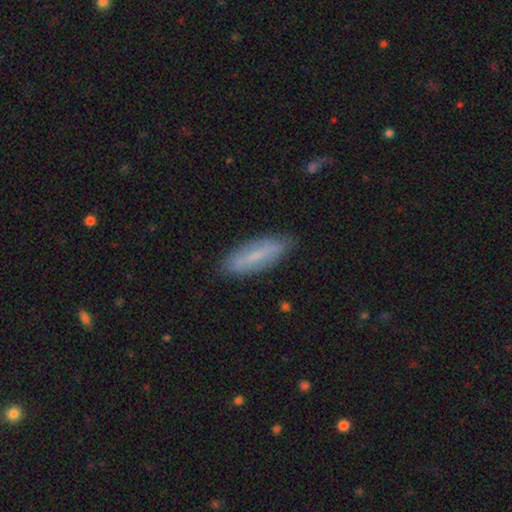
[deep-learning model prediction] Overall: smooth (57%; featured or disk 36%). How rounded: in between (51%; cigar-shaped 47%). Merging: none (86%).